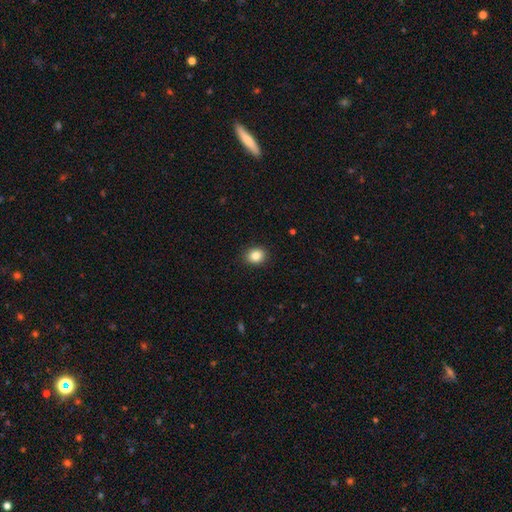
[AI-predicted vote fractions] This is clearly a smooth galaxy (85%). How rounded: likely round (65%). Merging: clearly none (90%).